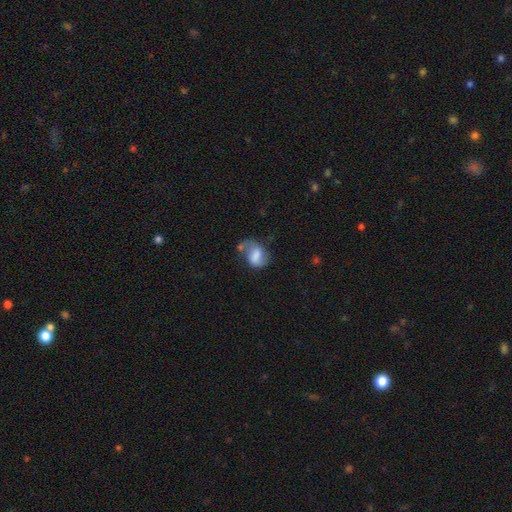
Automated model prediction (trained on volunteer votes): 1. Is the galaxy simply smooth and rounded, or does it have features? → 52% smooth, 39% featured or disk, 9% star or artifact.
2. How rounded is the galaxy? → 68% in between, 31% round, 1% cigar-shaped.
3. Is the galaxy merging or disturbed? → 34% none, 27% minor disturbance, 24% major disturbance, 15% merger.